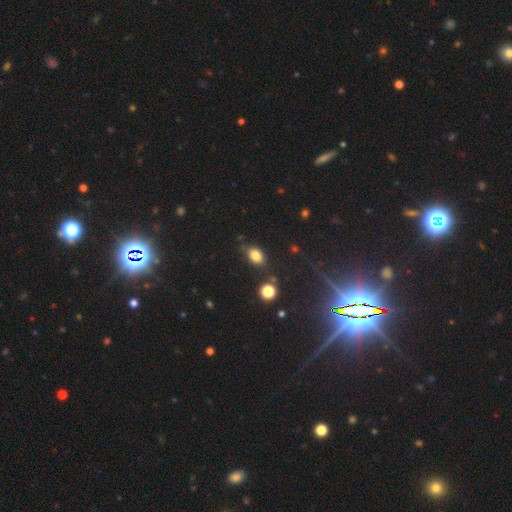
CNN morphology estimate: Q: Smooth or featured?
A: smooth (81%); runner-up: star or artifact (12%)
Q: How rounded?
A: in between (77%); runner-up: round (21%)
Q: Merging?
A: none (75%); runner-up: minor disturbance (16%)